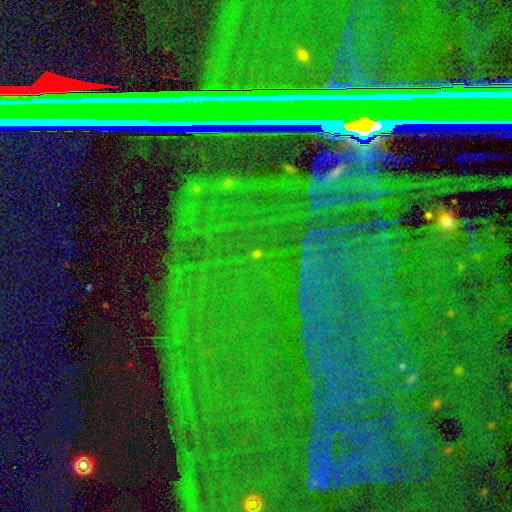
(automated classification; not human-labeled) This appears to be a star or artifact, not a galaxy (88%).